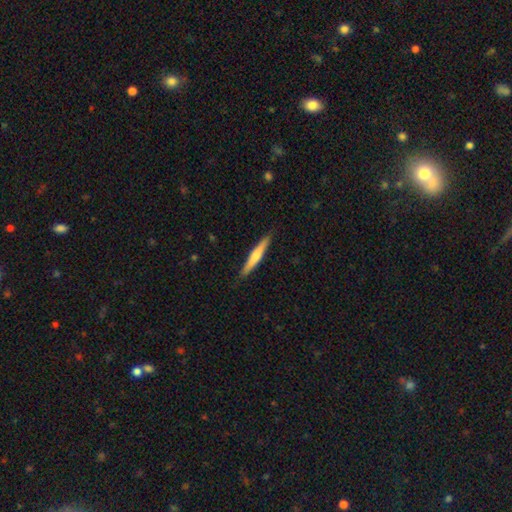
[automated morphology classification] Smooth or featured?
  - smooth: 56% *
  - featured or disk: 39%
  - star or artifact: 5%
How rounded?
  - cigar-shaped: 94% *
  - in between: 5%
  - round: 1%
Merging?
  - none: 89% *
  - minor disturbance: 8%
  - major disturbance: 1%
  - merger: 1%